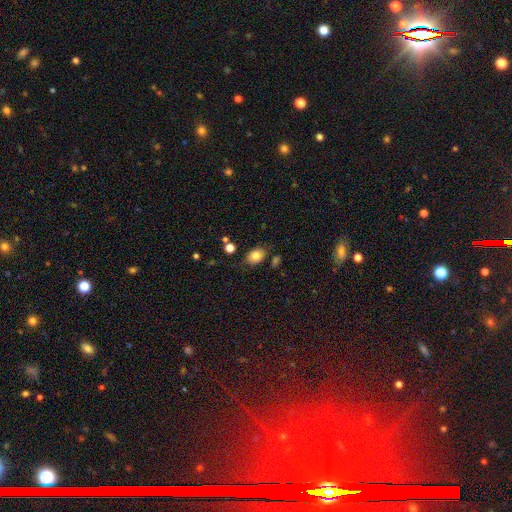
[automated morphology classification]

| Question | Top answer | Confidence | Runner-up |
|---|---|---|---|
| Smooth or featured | smooth | 81% | star or artifact (10%) |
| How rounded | in between | 71% | round (27%) |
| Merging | none | 76% | minor disturbance (16%) |